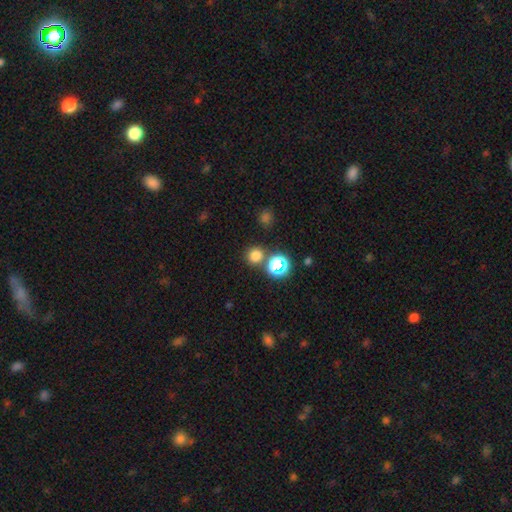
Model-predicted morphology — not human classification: smooth 72%, star or artifact 23%, featured or disk 5%. Down the decision tree: how rounded — round (90%); merging — none (77%).